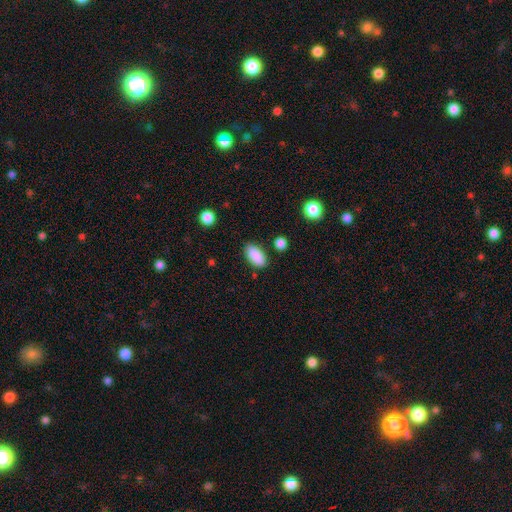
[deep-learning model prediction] Overall: smooth (89%). How rounded: in between (92%). Merging: none (85%).